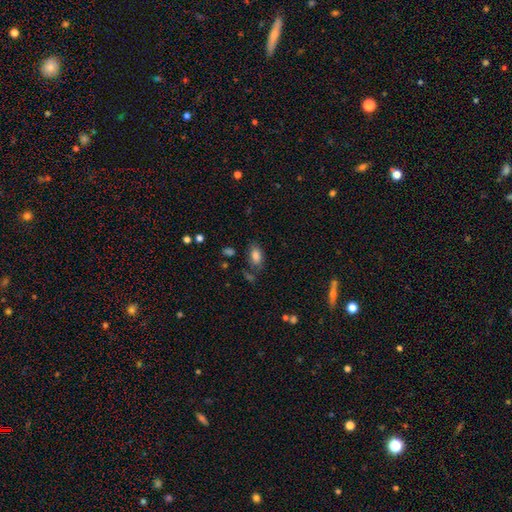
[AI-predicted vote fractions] Smooth or featured? smooth (79%)
How rounded? in between (90%)
Merging? none (64%)